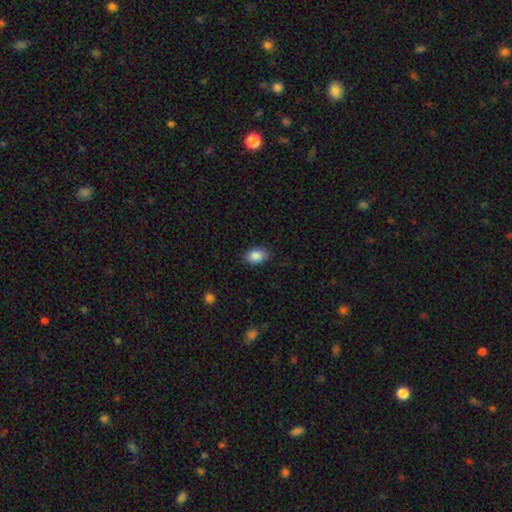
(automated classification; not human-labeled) smooth 88%, star or artifact 8%, featured or disk 4%. Down the decision tree: how rounded — in between (83%); merging — none (86%).